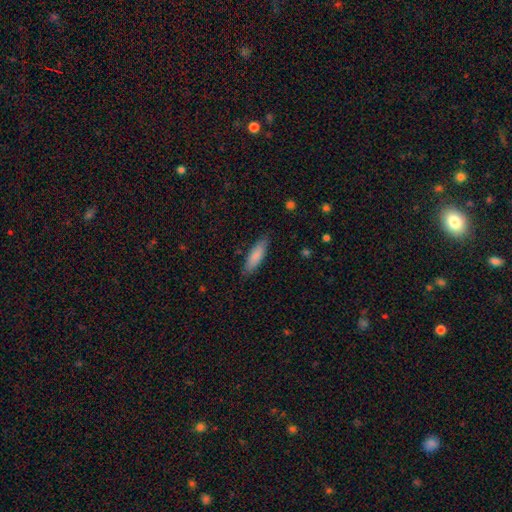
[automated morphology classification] smooth-or-featured: smooth: 84% | featured or disk: 11% | star or artifact: 6%
  how-rounded: cigar-shaped: 53% | in between: 45% | round: 1%
  merging: none: 83% | minor disturbance: 14% | major disturbance: 2% | merger: 1%